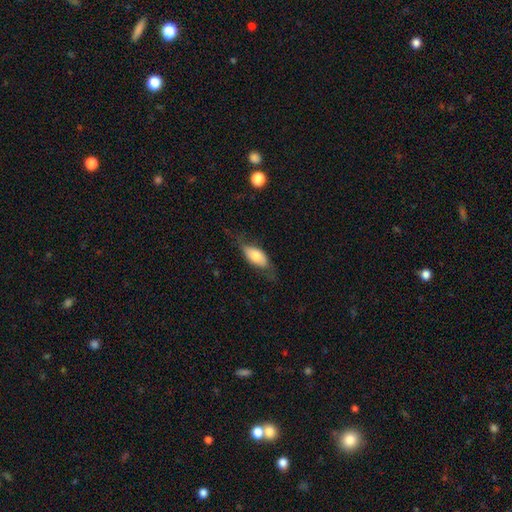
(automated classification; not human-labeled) Morphology: type=smooth (62%); roundness=in between (84%); merging=none (58%).